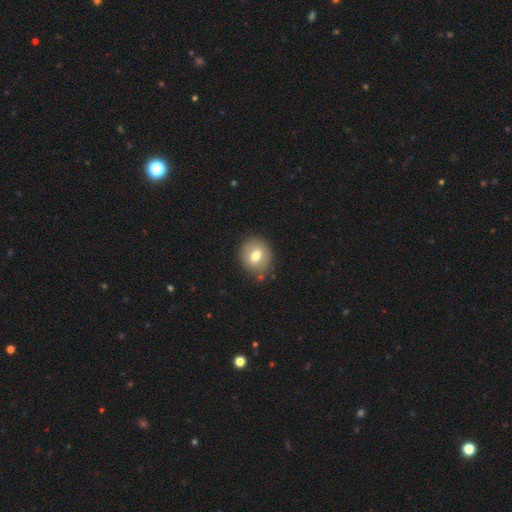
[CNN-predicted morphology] A smooth galaxy with no disk features (69%) that is round (70%).

Vote fractions:
- Smooth or featured? smooth: 69% / featured or disk: 22% / star or artifact: 9%
- How rounded? round: 70% / in between: 29% / cigar-shaped: 1%
- Merging? none: 82% / minor disturbance: 12% / major disturbance: 3% / merger: 3%